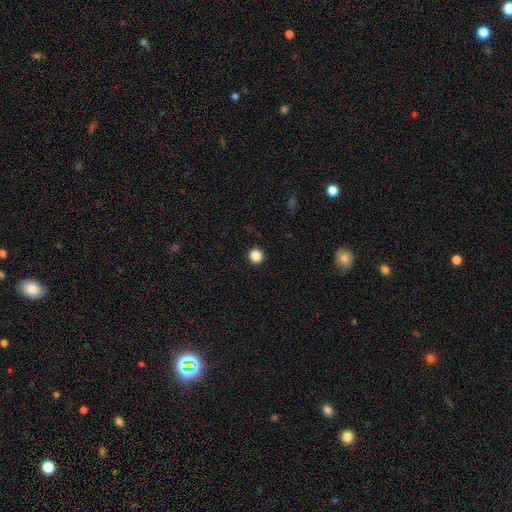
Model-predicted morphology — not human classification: Q: Smooth or featured?
A: smooth (87%); runner-up: star or artifact (10%)
Q: How rounded?
A: round (89%); runner-up: in between (10%)
Q: Merging?
A: none (93%); runner-up: minor disturbance (5%)